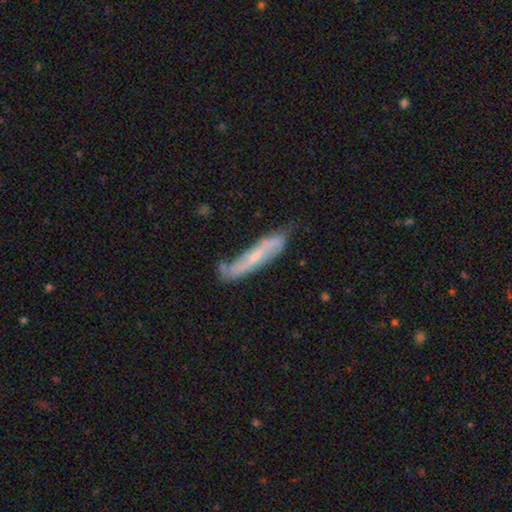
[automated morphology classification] Smooth or featured: featured or disk — 65% (smooth — 28%)
Edge-on disk: no — 59% (yes — 41%)
Merging: none — 60% (minor disturbance — 29%)